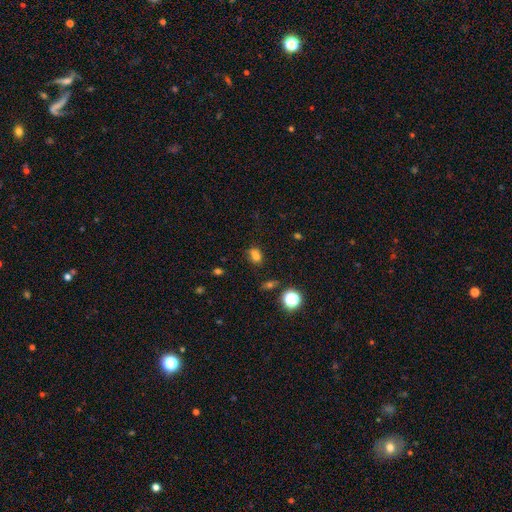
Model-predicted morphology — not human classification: This appears to be a smooth galaxy with no disk features (69%) that is in between round and cigar-shaped (52%). Merging: none (55%).